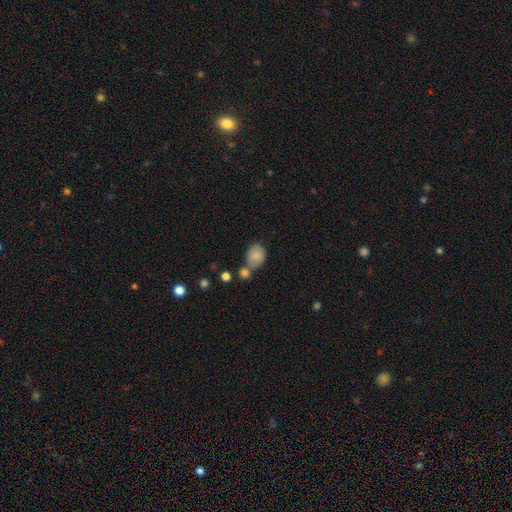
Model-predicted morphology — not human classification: A smooth galaxy with no disk features (84%) that is in between round and cigar-shaped (51%).

Vote fractions:
- Smooth or featured? smooth: 84% / featured or disk: 8% / star or artifact: 8%
- How rounded? in between: 51% / round: 48% / cigar-shaped: 1%
- Merging? none: 43% / merger: 34% / minor disturbance: 16% / major disturbance: 6%